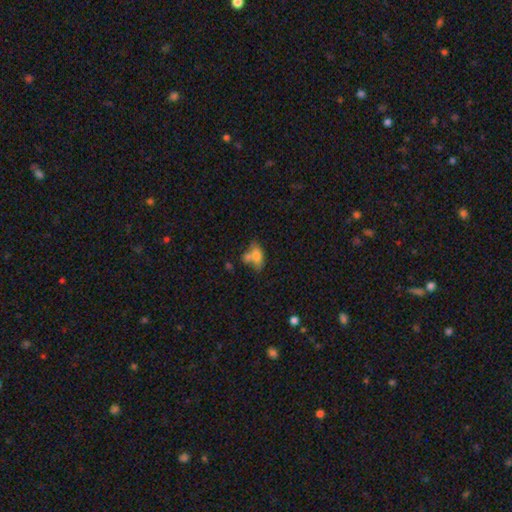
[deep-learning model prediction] Smooth or featured? smooth (69%)
How rounded? in between (83%)
Merging? merger (40%)